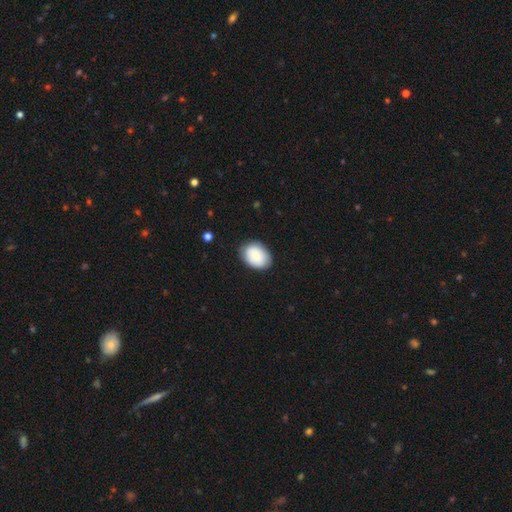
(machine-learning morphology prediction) A smooth galaxy with no disk features (77%) that is in between round and cigar-shaped (73%).

Vote fractions:
- Smooth or featured? smooth: 77% / featured or disk: 16% / star or artifact: 7%
- How rounded? in between: 73% / round: 26% / cigar-shaped: 1%
- Merging? none: 82% / minor disturbance: 14% / major disturbance: 3% / merger: 1%